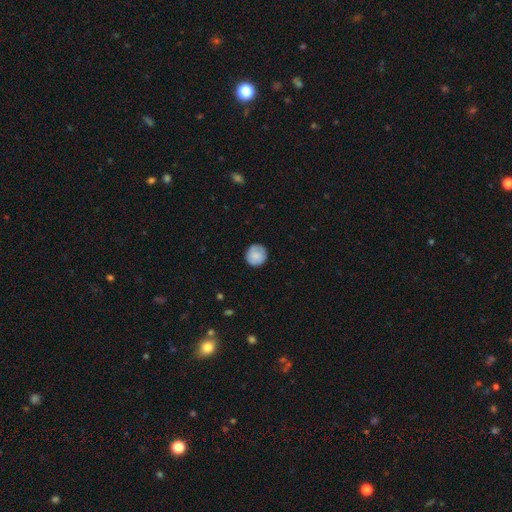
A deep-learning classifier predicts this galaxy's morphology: Smooth or featured? Predicted: smooth (p=0.82). How rounded? Predicted: round (p=0.93). Merging? Predicted: none (p=0.87).